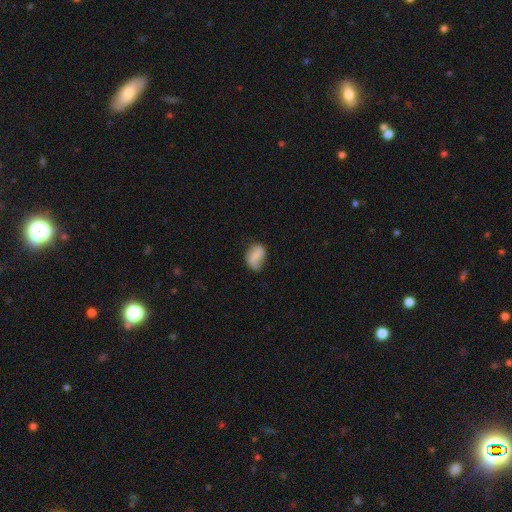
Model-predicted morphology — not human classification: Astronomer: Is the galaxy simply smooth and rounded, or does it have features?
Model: smooth — 67%.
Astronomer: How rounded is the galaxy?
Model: in between — 81%.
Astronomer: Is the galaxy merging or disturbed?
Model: none — 51% (runner-up: minor disturbance, 35%).